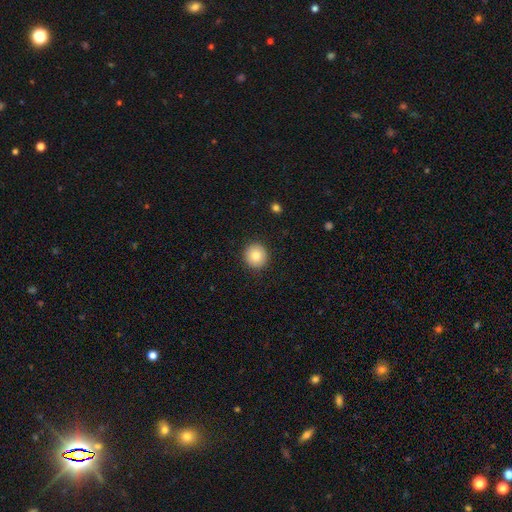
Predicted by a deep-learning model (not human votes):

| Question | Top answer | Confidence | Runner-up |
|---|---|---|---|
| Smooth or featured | smooth | 84% | star or artifact (9%) |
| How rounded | round | 93% | in between (6%) |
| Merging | none | 92% | minor disturbance (6%) |